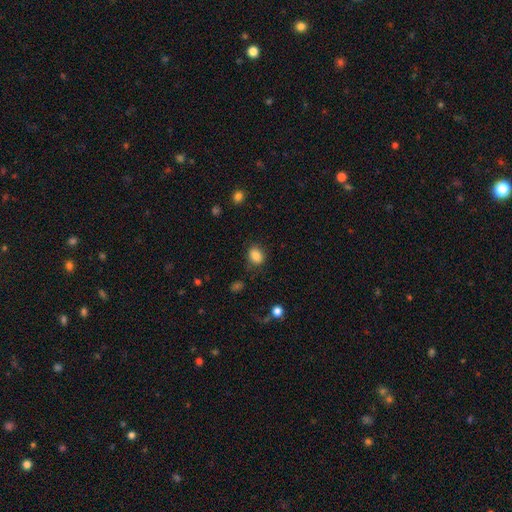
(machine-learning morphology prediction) This appears to be a smooth galaxy with no disk features (83%) that is in between round and cigar-shaped (51%). Merging: none (78%).